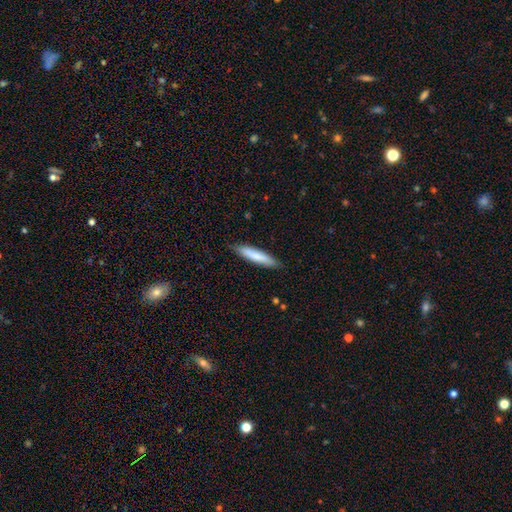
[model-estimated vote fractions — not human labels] Overall: smooth (78%). How rounded: cigar-shaped (87%). Merging: none (86%).